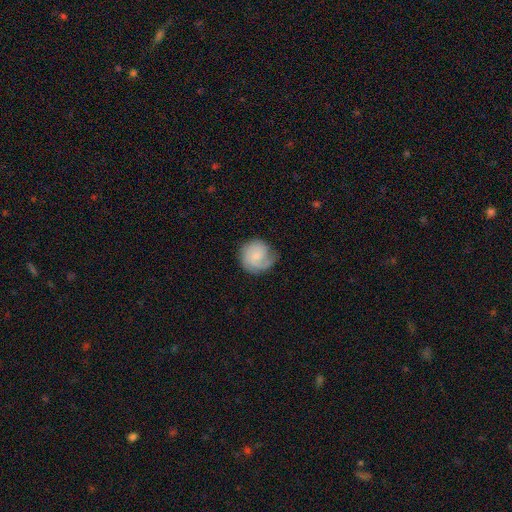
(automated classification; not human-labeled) A featured or disk galaxy (57%) with no bar (70%), 1 (36%) tight (54%) spiral arms (92%) and a small central bulge (60%). Merging: none (66%).